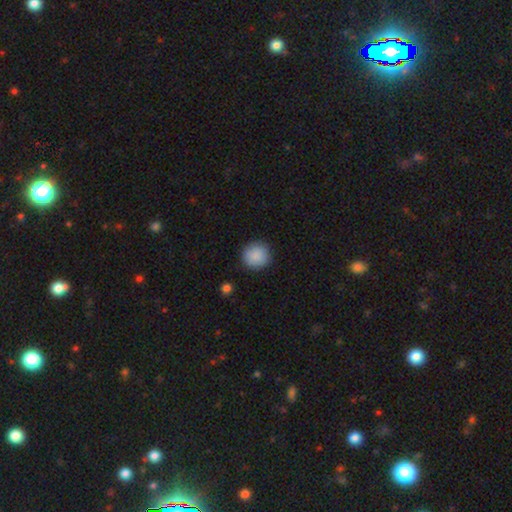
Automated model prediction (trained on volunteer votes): A smooth galaxy with no disk features (89%) that is round (91%).

Vote fractions:
- Smooth or featured? smooth: 89% / star or artifact: 7% / featured or disk: 4%
- How rounded? round: 91% / in between: 8% / cigar-shaped: 1%
- Merging? none: 89% / minor disturbance: 8% / major disturbance: 2% / merger: 1%